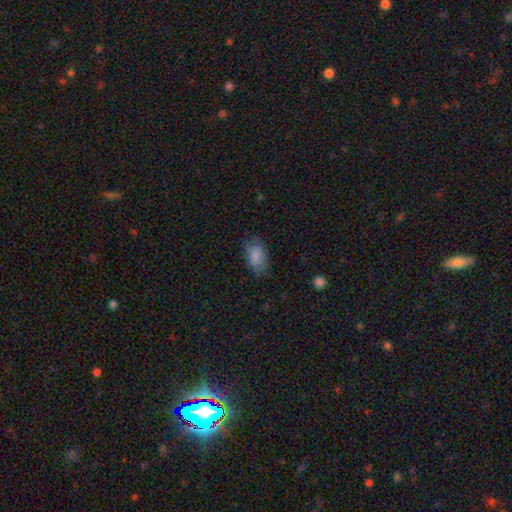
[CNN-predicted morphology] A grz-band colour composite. It shows a smooth galaxy with no disk features (84%) that is in between round and cigar-shaped (91%). Merging: none (74%).